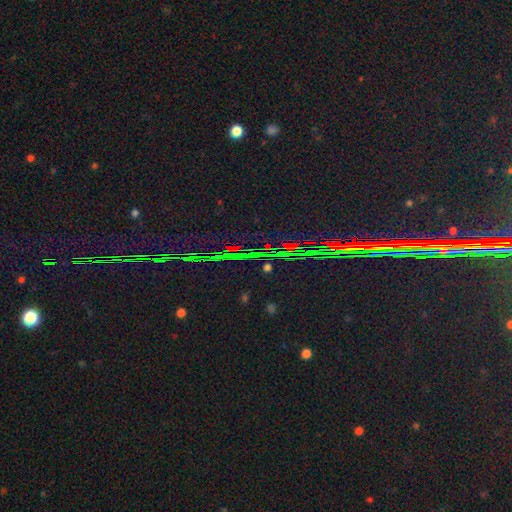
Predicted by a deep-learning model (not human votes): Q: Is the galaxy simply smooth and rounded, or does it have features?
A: star or artifact — 87%.